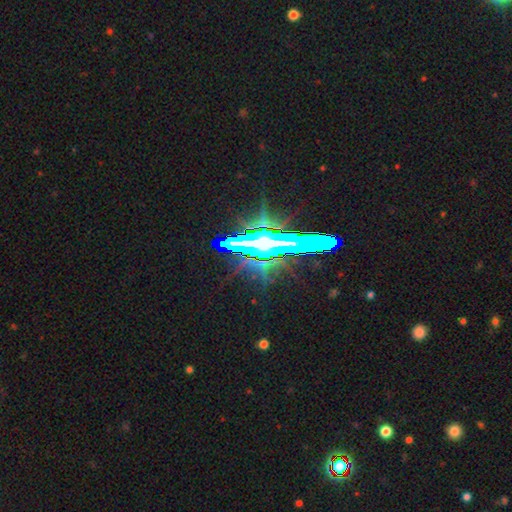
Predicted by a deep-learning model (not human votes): Smooth or featured?
  - star or artifact: 69% *
  - featured or disk: 19%
  - smooth: 12%